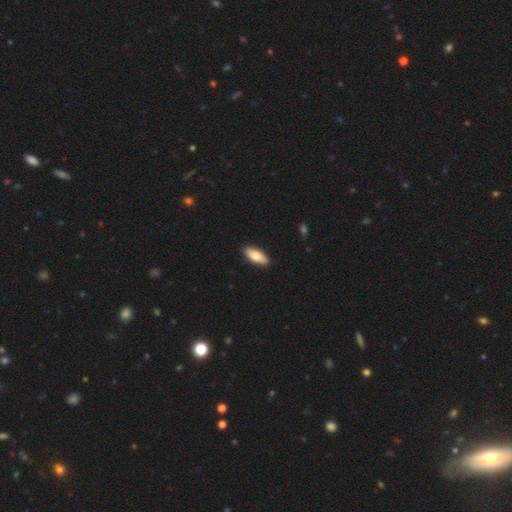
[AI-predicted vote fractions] smooth-or-featured: smooth: 71% | featured or disk: 24% | star or artifact: 5%
  how-rounded: in between: 79% | cigar-shaped: 19% | round: 2%
  merging: none: 90% | minor disturbance: 8% | major disturbance: 1% | merger: 1%